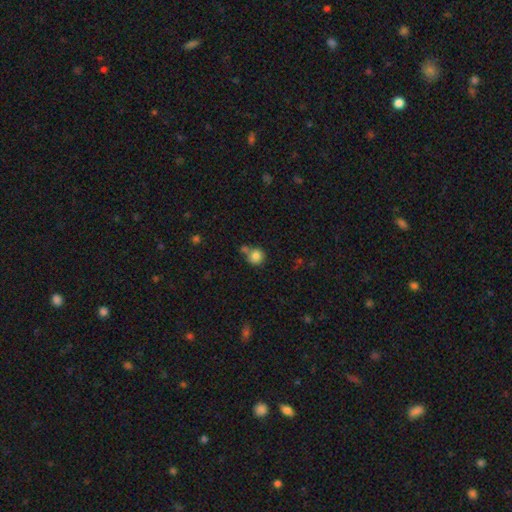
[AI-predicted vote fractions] Smooth or featured? smooth (83%)
How rounded? round (90%)
Merging? none (59%)